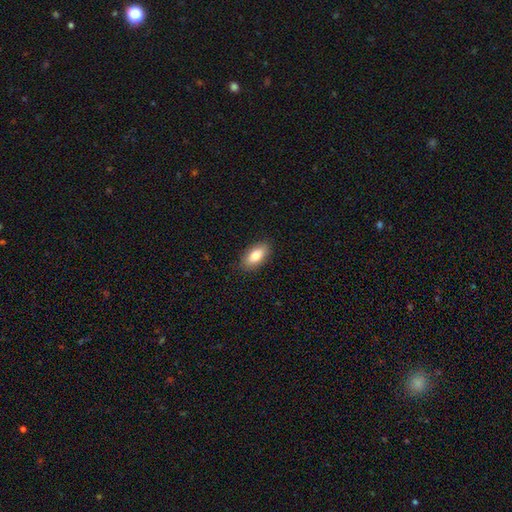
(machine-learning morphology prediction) smooth 80%, featured or disk 13%, star or artifact 7%. Down the decision tree: how rounded — in between (90%); merging — none (87%).